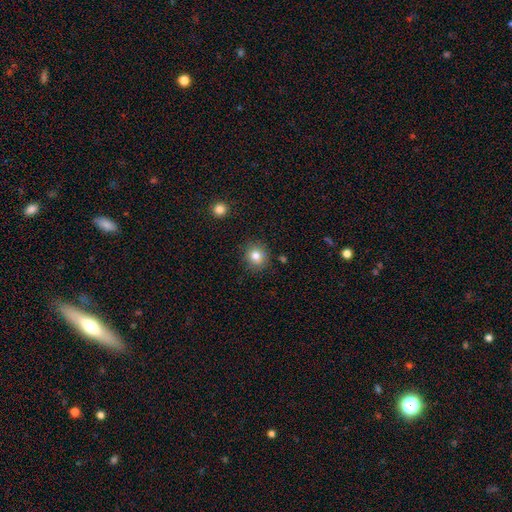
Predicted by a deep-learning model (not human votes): A smooth galaxy with no disk features (81%) that is round (80%).

Vote fractions:
- Smooth or featured? smooth: 81% / star or artifact: 11% / featured or disk: 8%
- How rounded? round: 80% / in between: 19% / cigar-shaped: 1%
- Merging? none: 86% / minor disturbance: 9% / major disturbance: 3% / merger: 2%